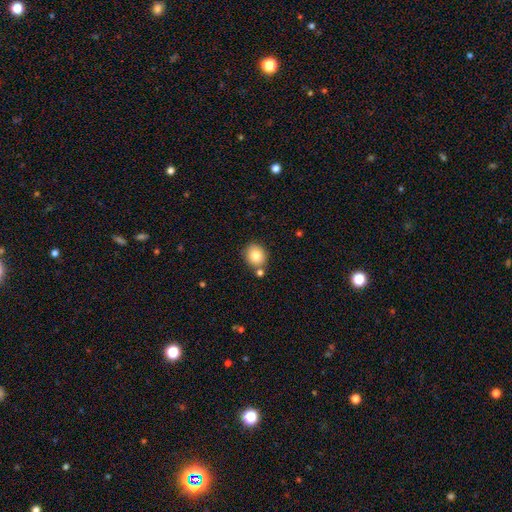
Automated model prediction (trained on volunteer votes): This appears to be a smooth galaxy with no disk features (81%) that is round (76%). Merging: none (75%).